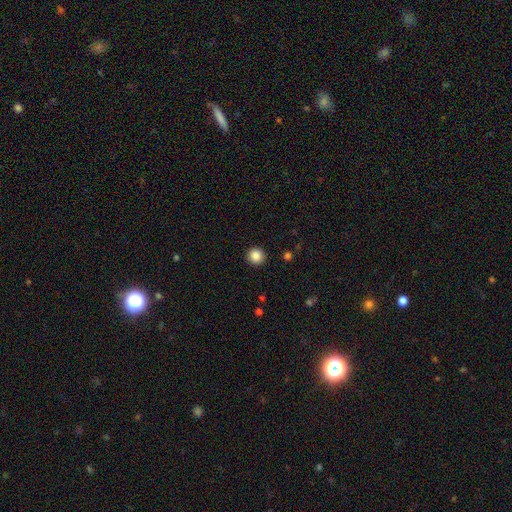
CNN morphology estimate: Q: Smooth or featured?
A: smooth (87%); runner-up: star or artifact (10%)
Q: How rounded?
A: round (95%); runner-up: in between (4%)
Q: Merging?
A: none (93%); runner-up: minor disturbance (5%)